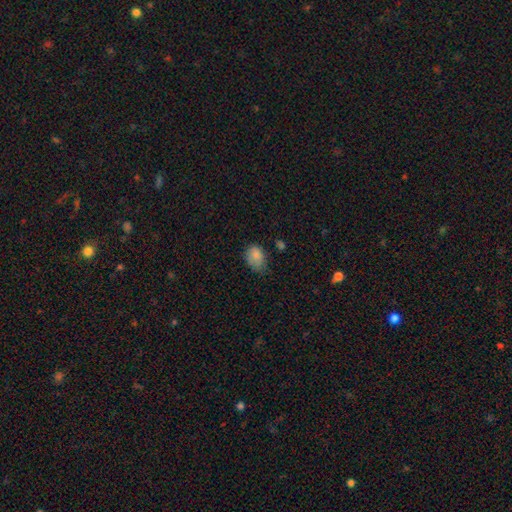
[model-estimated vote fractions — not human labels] smooth-or-featured: smooth: 83% | star or artifact: 9% | featured or disk: 8%
  how-rounded: in between: 74% | round: 25% | cigar-shaped: 1%
  merging: none: 46% | minor disturbance: 40% | major disturbance: 11% | merger: 3%